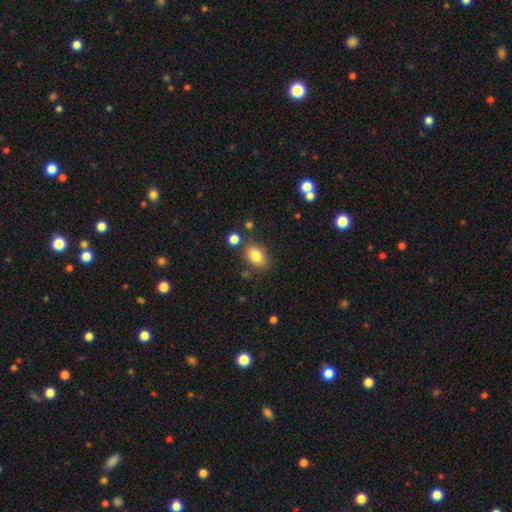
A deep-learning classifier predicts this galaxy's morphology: This is clearly a smooth galaxy (84%). How rounded: likely in between (77%). Merging: likely none (75%).